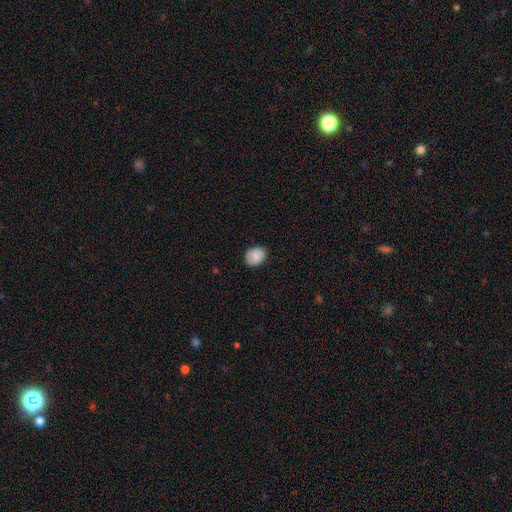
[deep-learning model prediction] Q: Smooth or featured?
A: smooth (85%); runner-up: featured or disk (8%)
Q: How rounded?
A: in between (53%); runner-up: round (46%)
Q: Merging?
A: none (83%); runner-up: minor disturbance (14%)